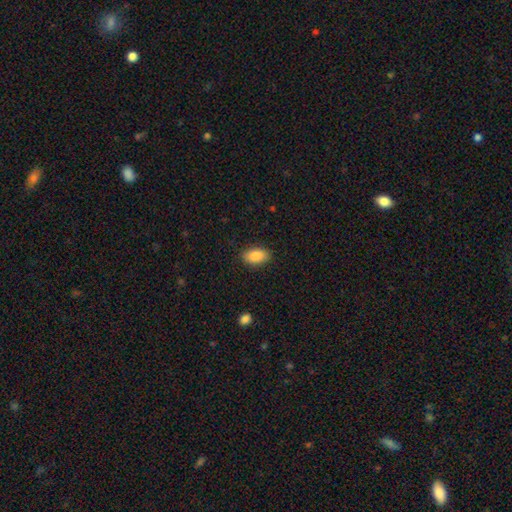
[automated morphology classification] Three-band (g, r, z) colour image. It shows a smooth galaxy with no disk features (87%) that is in between round and cigar-shaped (92%). Merging: none (88%).